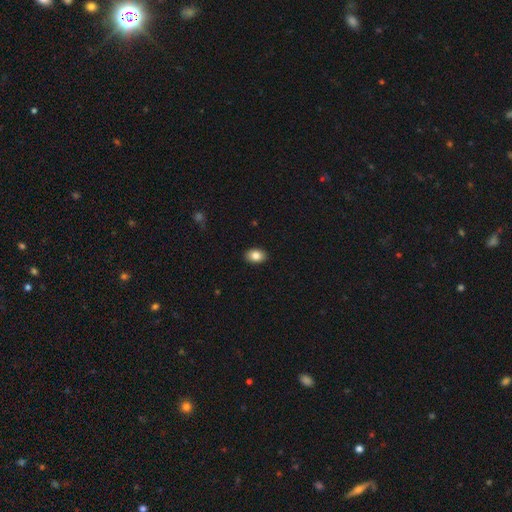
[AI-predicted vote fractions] smooth_or_featured: smooth (p=0.85) [alt: star or artifact p=0.08]
how_rounded: in between (p=0.82) [alt: round p=0.17]
merging: none (p=0.90) [alt: minor disturbance p=0.07]